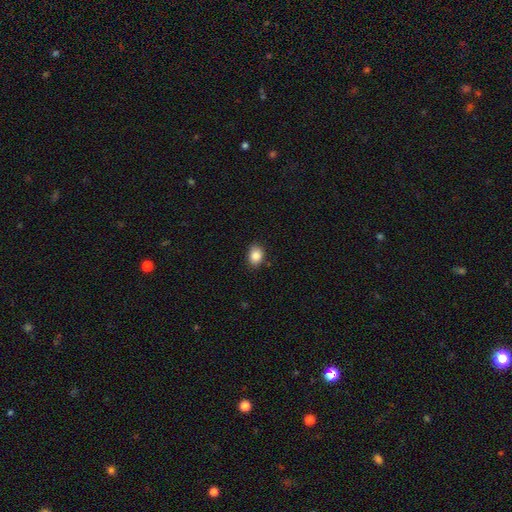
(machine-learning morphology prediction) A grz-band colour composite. It shows a smooth galaxy with no disk features (87%) that is in between round and cigar-shaped (63%). Merging: none (83%).